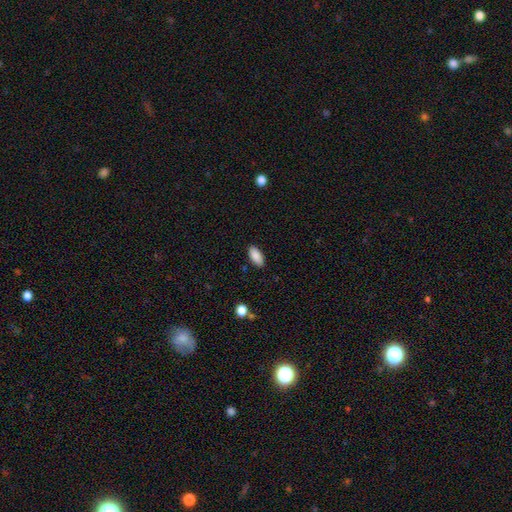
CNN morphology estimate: This appears to be a smooth galaxy with no disk features (89%) that is in between round and cigar-shaped (90%). Merging: none (88%).